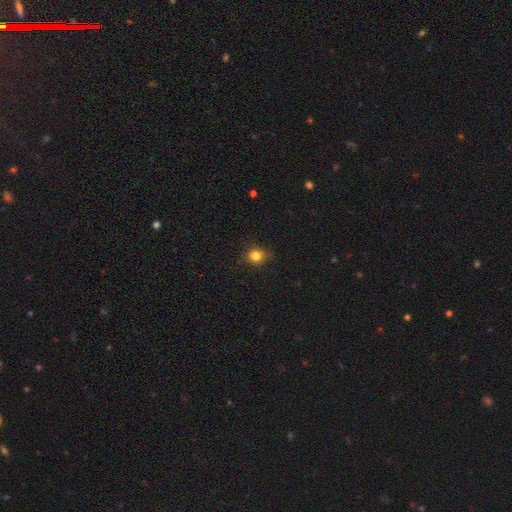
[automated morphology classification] type=smooth (82%); roundness=round (77%); merging=none (80%).